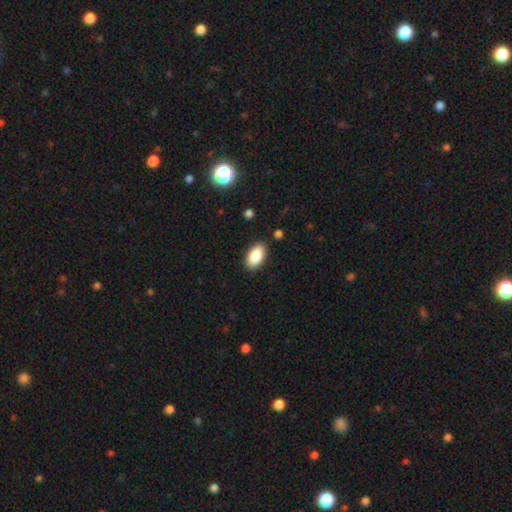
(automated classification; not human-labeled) smooth_or_featured: smooth (p=0.86) [alt: star or artifact p=0.07]
how_rounded: in between (p=0.94) [alt: round p=0.03]
merging: none (p=0.88) [alt: minor disturbance p=0.08]